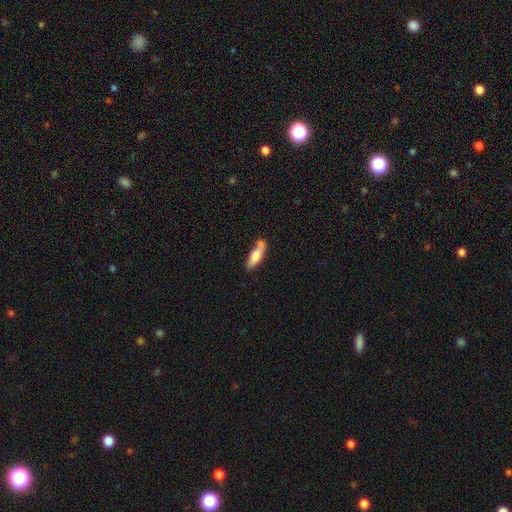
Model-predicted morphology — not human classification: smooth_or_featured: smooth (p=0.74) [alt: featured or disk p=0.20]
how_rounded: in between (p=0.51) [alt: cigar-shaped p=0.47]
merging: none (p=0.48) [alt: minor disturbance p=0.23]